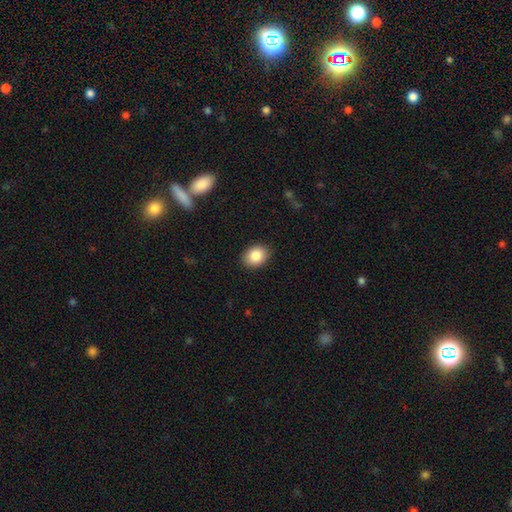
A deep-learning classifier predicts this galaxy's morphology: The model was most divided on "how rounded": in between: 63%, round: 36%, cigar-shaped: 1%. More confident: merging — none (88%); smooth or featured — smooth (86%).